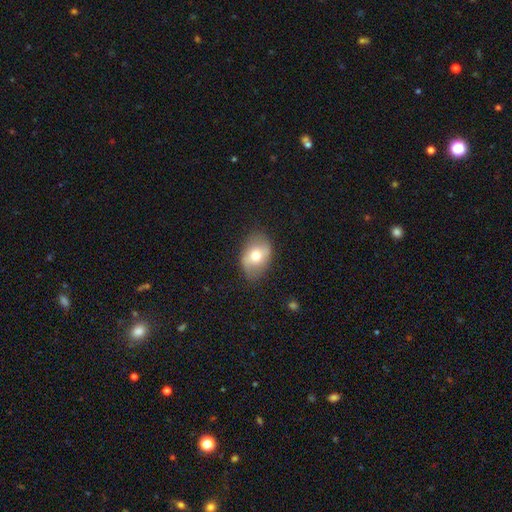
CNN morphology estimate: Smooth or featured? Predicted: smooth (p=0.62). How rounded? Predicted: in between (p=0.80). Merging? Predicted: none (p=0.77).